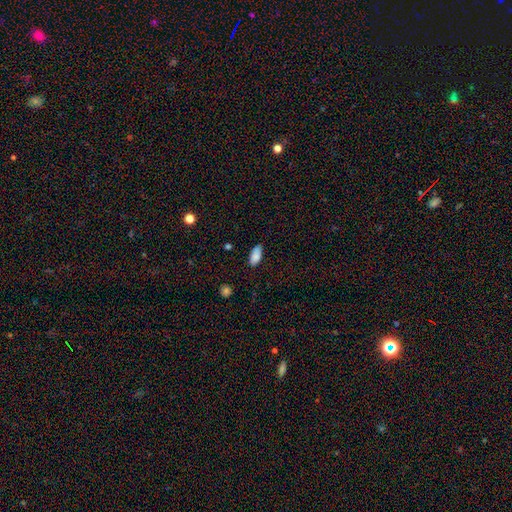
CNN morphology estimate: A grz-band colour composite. It shows a smooth galaxy with no disk features (87%) that is in between round and cigar-shaped (90%). Merging: none (76%).